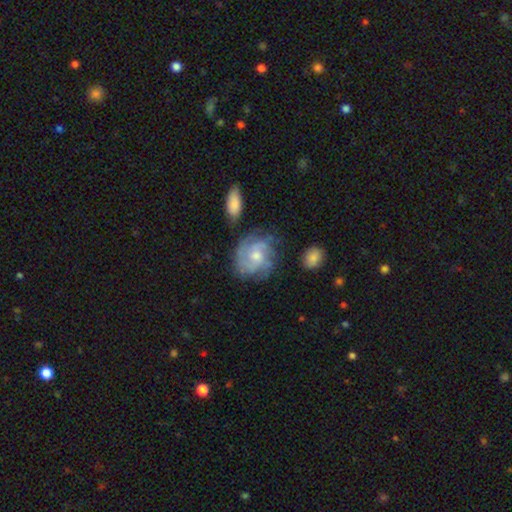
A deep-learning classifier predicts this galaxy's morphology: featured or disk 73%, smooth 20%, star or artifact 7%. Down the decision tree: edge-on disk — no (97%); bar — no (71%); spiral arms — yes (90%); spiral arm count — can't tell (33%); spiral winding — tight (51%); bulge size — moderate (52%); merging — none (67%).